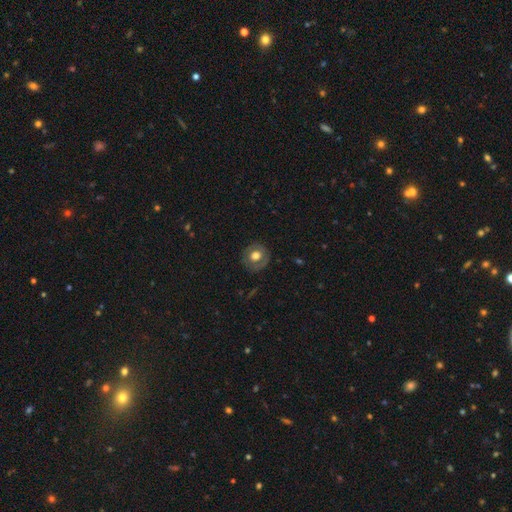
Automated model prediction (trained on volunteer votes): Smooth or featured? Predicted: smooth (p=0.57). How rounded? Predicted: round (p=0.84). Merging? Predicted: none (p=0.82).